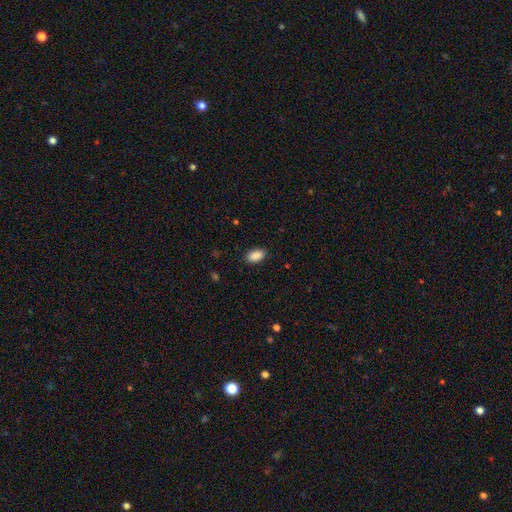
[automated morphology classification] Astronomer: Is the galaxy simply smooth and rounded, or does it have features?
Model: smooth — 90%.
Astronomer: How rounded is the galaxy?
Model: in between — 93%.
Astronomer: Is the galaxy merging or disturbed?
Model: none — 88%.